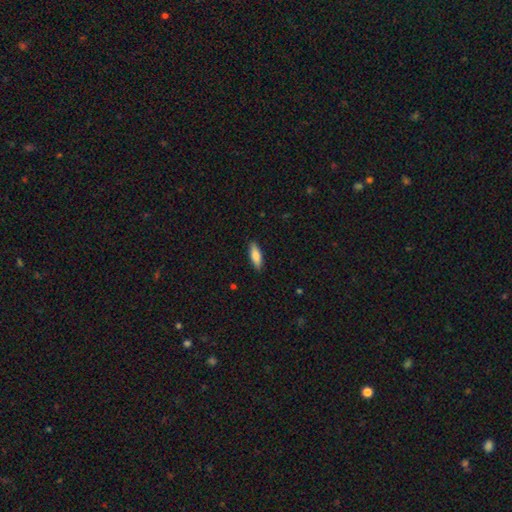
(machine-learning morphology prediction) A smooth galaxy with no disk features (81%) that is in between round and cigar-shaped (52%).

Vote fractions:
- Smooth or featured? smooth: 81% / featured or disk: 13% / star or artifact: 6%
- How rounded? in between: 52% / cigar-shaped: 46% / round: 2%
- Merging? none: 89% / minor disturbance: 8% / major disturbance: 2% / merger: 1%